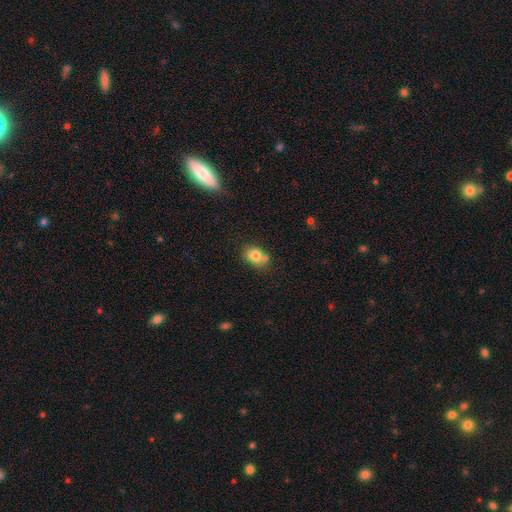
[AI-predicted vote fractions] This appears to be a smooth galaxy with no disk features (79%) that is in between round and cigar-shaped (59%). Merging: none (56%).